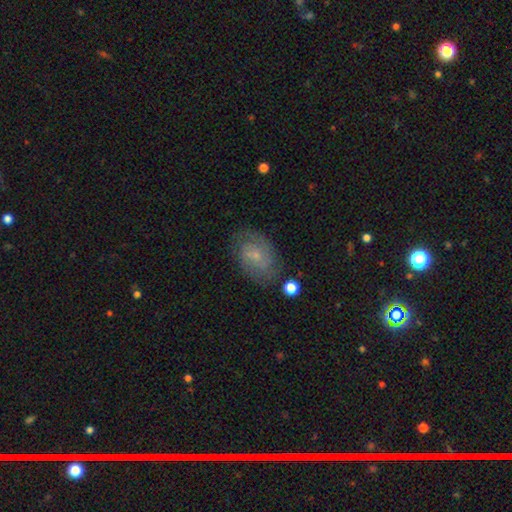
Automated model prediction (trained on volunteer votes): Q: Smooth or featured?
A: featured or disk (57%); runner-up: smooth (34%)
Q: Edge-on disk?
A: no (96%); runner-up: yes (4%)
Q: Bar?
A: no (57%); runner-up: weak (37%)
Q: Spiral arms?
A: yes (82%); runner-up: no (18%)
Q: Bulge size?
A: small (77%); runner-up: moderate (15%)
Q: Merging?
A: none (71%); runner-up: minor disturbance (19%)